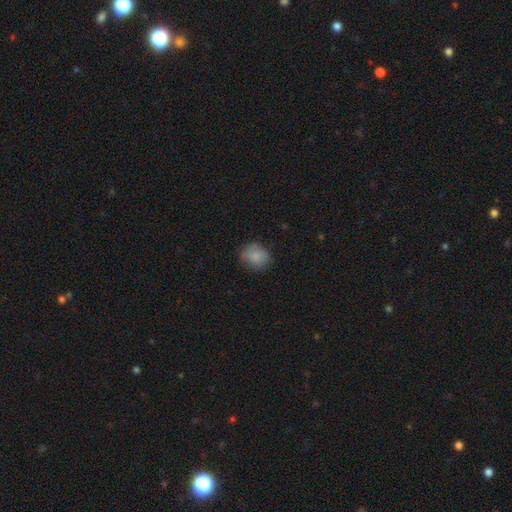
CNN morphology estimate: smooth 82%, featured or disk 10%, star or artifact 9%. Down the decision tree: how rounded — round (69%); merging — none (70%).